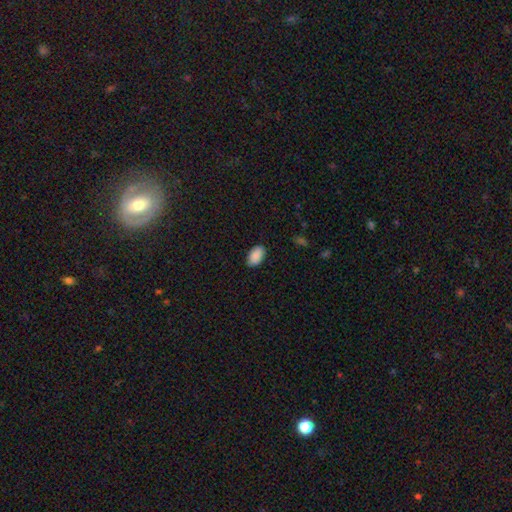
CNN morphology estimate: smooth 90%, star or artifact 7%, featured or disk 3%. Down the decision tree: how rounded — in between (94%); merging — none (87%).